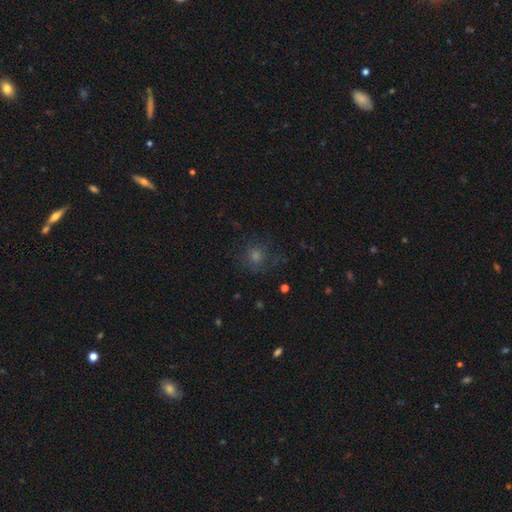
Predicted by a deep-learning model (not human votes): This appears to be a smooth galaxy with no disk features (50%). Merging: none (77%).